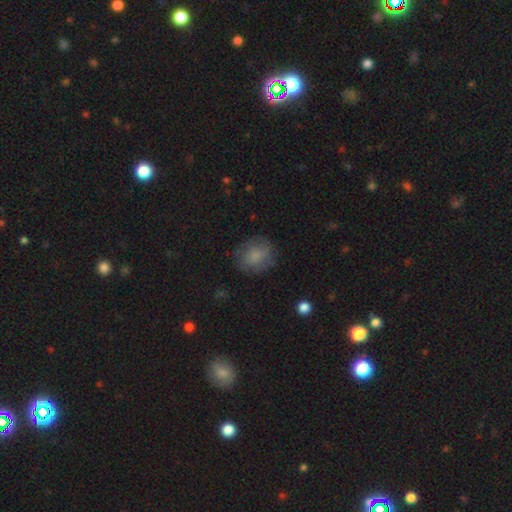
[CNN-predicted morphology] smooth_or_featured: smooth (p=0.76) [alt: featured or disk p=0.15]
how_rounded: round (p=0.73) [alt: in between p=0.26]
merging: none (p=0.74) [alt: minor disturbance p=0.18]